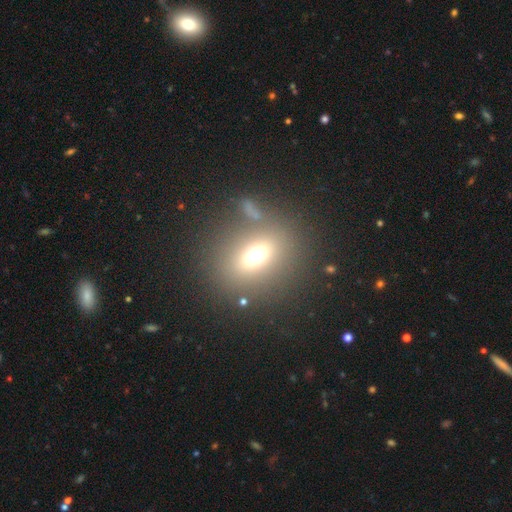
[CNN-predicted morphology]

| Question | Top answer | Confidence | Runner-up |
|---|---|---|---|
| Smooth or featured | smooth | 66% | star or artifact (19%) |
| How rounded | round | 52% | in between (45%) |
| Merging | none | 71% | merger (13%) |